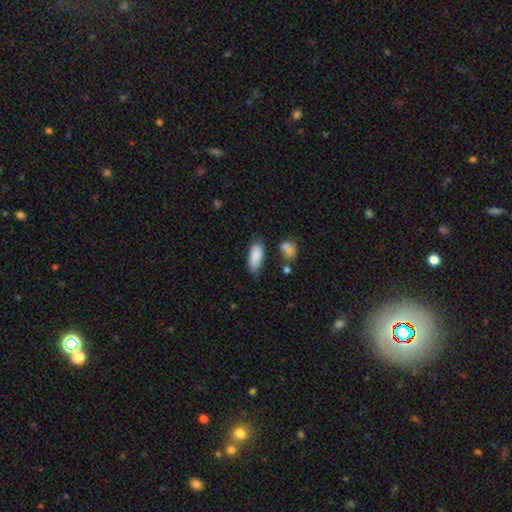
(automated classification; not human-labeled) Overall: smooth (87%). How rounded: in between (87%). Merging: none (70%).